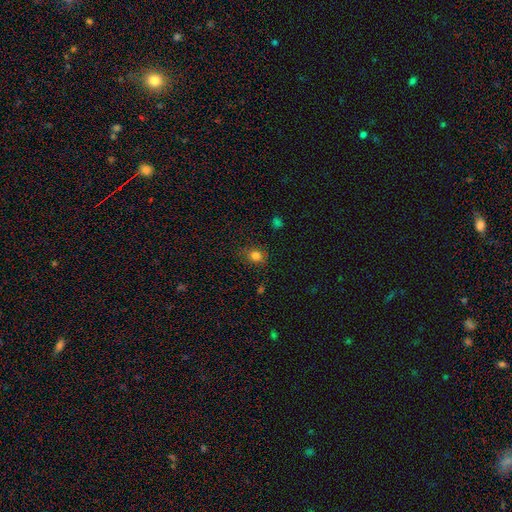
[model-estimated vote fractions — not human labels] This appears to be a smooth galaxy with no disk features (81%) that is round (62%). Merging: none (81%).